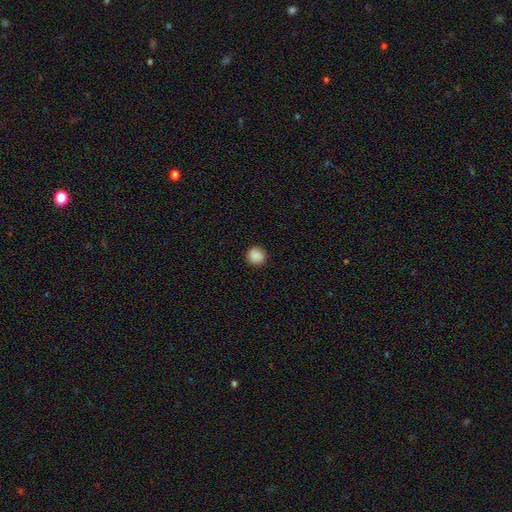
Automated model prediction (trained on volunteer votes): Smooth or featured? smooth (88%)
How rounded? round (93%)
Merging? none (91%)